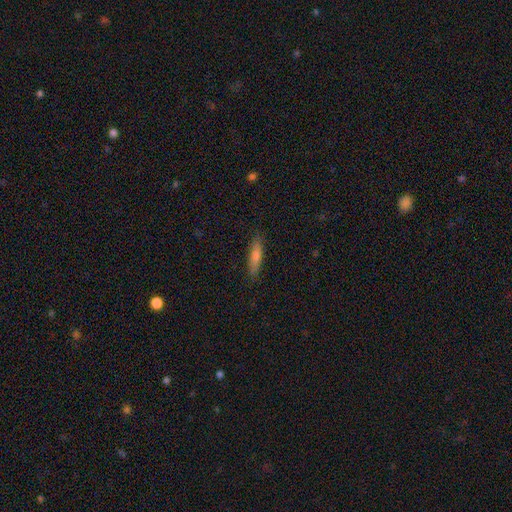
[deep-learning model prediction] smooth 67%, featured or disk 25%, star or artifact 8%. Down the decision tree: how rounded — cigar-shaped (82%); merging — none (88%).